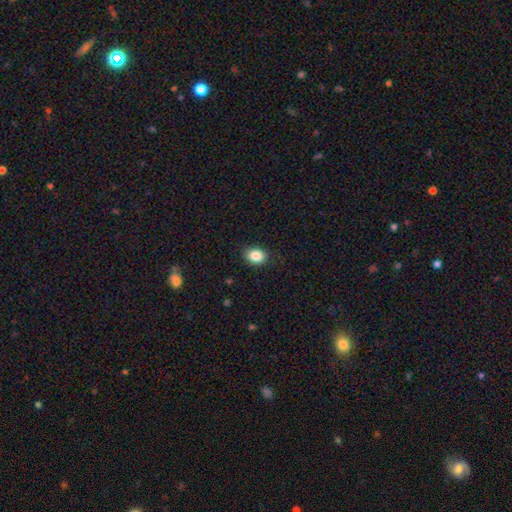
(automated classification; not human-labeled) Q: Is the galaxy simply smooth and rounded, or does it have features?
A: smooth — 87%.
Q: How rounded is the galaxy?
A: in between — 61%.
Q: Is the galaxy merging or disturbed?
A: none — 86%.